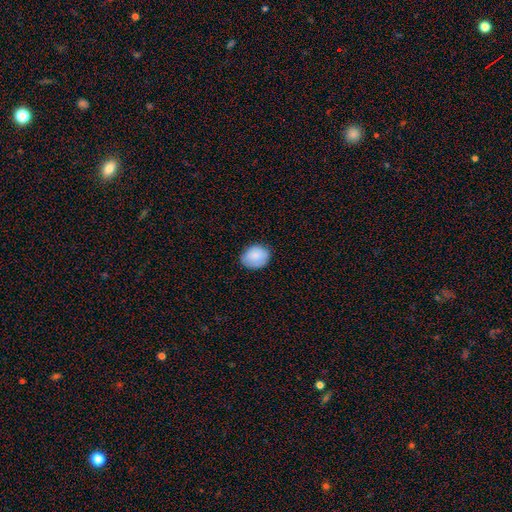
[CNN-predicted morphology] This appears to be a smooth galaxy with no disk features (86%) that is in between round and cigar-shaped (50%). Merging: none (77%).